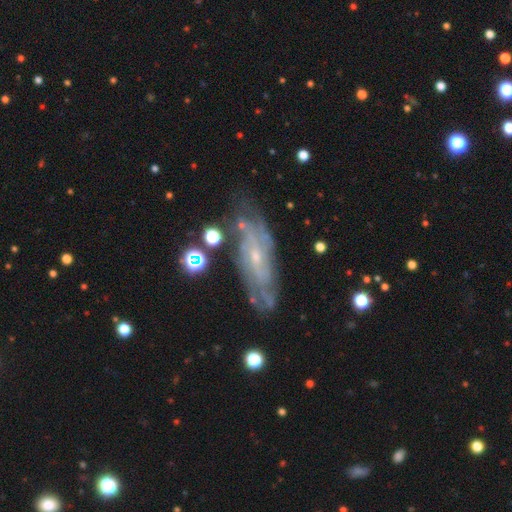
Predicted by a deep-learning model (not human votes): Q: Smooth or featured?
A: featured or disk (81%); runner-up: smooth (12%)
Q: Edge-on disk?
A: no (86%); runner-up: yes (14%)
Q: Bar?
A: no (56%); runner-up: weak (36%)
Q: Spiral arms?
A: yes (91%); runner-up: no (9%)
Q: Spiral winding?
A: tight (59%); runner-up: medium (32%)
Q: Spiral arm count?
A: can't tell (50%); runner-up: 2 (19%)
Q: Bulge size?
A: small (76%); runner-up: moderate (19%)
Q: Merging?
A: none (72%); runner-up: minor disturbance (18%)